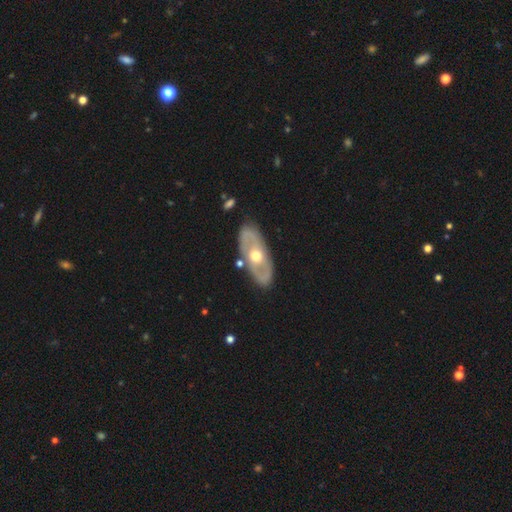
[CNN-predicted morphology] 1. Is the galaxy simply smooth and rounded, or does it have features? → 70% featured or disk, 26% smooth, 4% star or artifact.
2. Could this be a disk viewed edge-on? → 86% no, 14% yes.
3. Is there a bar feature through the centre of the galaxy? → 79% no, 15% weak, 5% strong.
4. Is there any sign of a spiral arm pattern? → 59% no, 41% yes.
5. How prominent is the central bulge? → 78% moderate, 12% small, 8% large, 1% dominant, 1% none.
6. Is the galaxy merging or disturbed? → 82% none, 11% minor disturbance, 3% major disturbance, 3% merger.